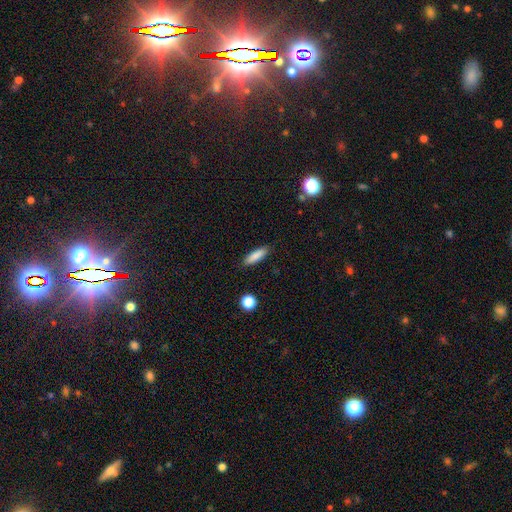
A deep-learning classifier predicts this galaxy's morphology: This is clearly a smooth galaxy (86%). How rounded: possibly cigar-shaped (56%). Merging: clearly none (88%).